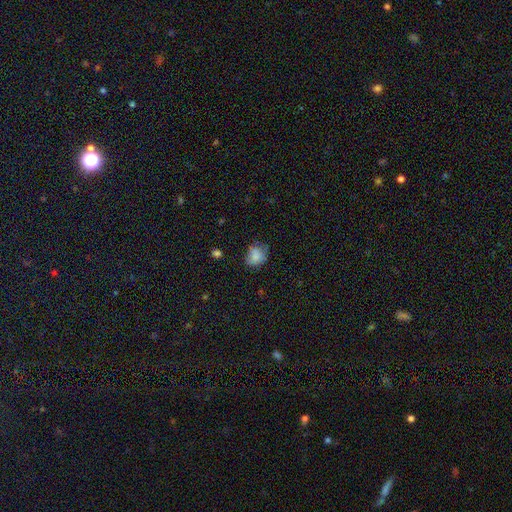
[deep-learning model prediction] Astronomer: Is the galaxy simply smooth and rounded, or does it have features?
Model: smooth — 79%.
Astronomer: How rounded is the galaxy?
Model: round — 60% (runner-up: in between, 39%).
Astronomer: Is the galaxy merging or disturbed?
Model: none — 56%.